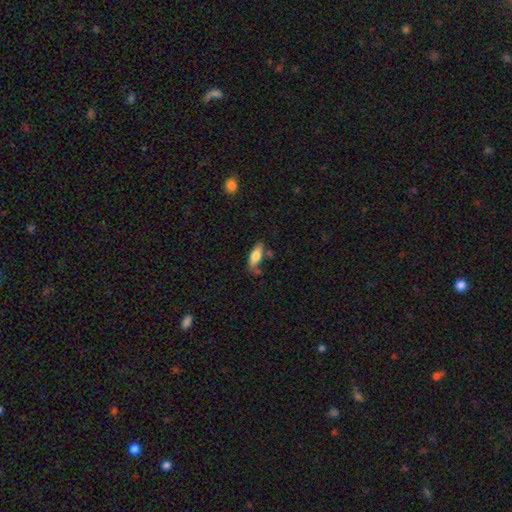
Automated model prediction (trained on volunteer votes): Morphology: type=smooth (72%); roundness=in between (66%); merging=none (61%).